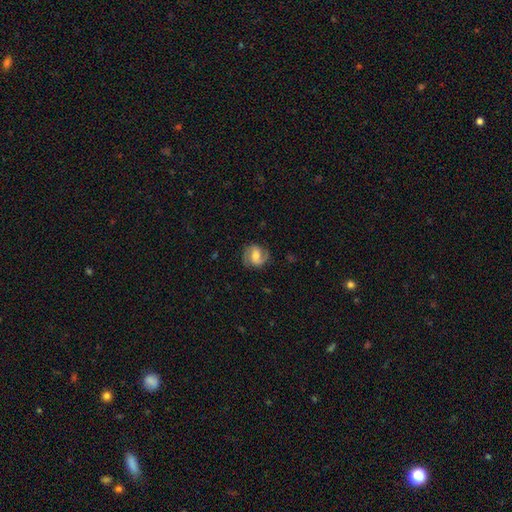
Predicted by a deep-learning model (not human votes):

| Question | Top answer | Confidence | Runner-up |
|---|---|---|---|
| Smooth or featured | featured or disk | 69% | smooth (24%) |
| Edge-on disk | no | 97% | yes (3%) |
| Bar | weak | 45% | no (34%) |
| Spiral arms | yes | 92% | no (8%) |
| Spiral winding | medium | 49% | tight (31%) |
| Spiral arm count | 2 | 86% | can't tell (6%) |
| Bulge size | moderate | 56% | small (22%) |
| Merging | none | 77% | minor disturbance (16%) |